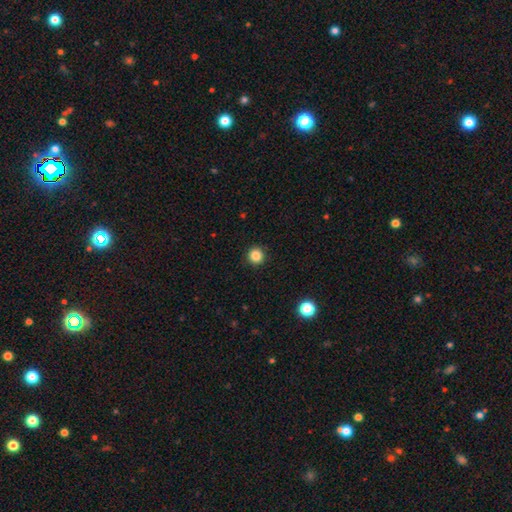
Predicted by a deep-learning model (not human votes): A smooth galaxy with no disk features (85%) that is round (94%). Merging: none (93%).